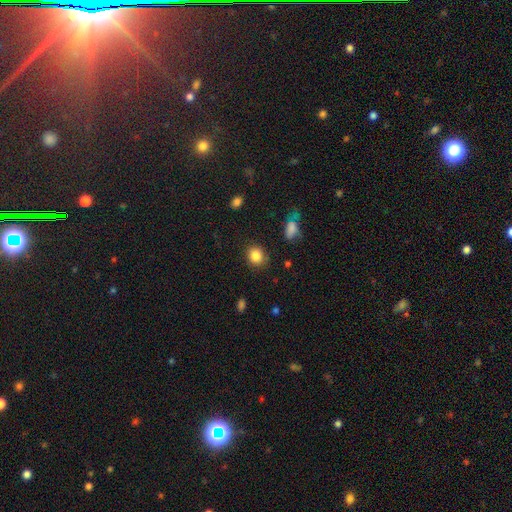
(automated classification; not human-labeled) Smooth or featured: smooth — 85% (star or artifact — 10%)
How rounded: round — 72% (in between — 27%)
Merging: none — 84% (minor disturbance — 10%)